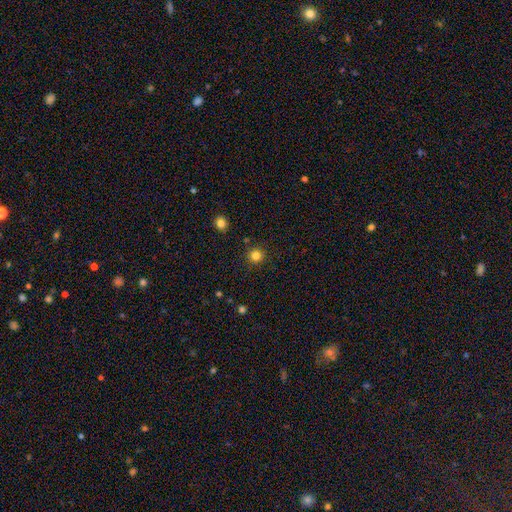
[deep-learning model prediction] Smooth or featured? Predicted: smooth (p=0.82). How rounded? Predicted: round (p=0.94). Merging? Predicted: none (p=0.90).